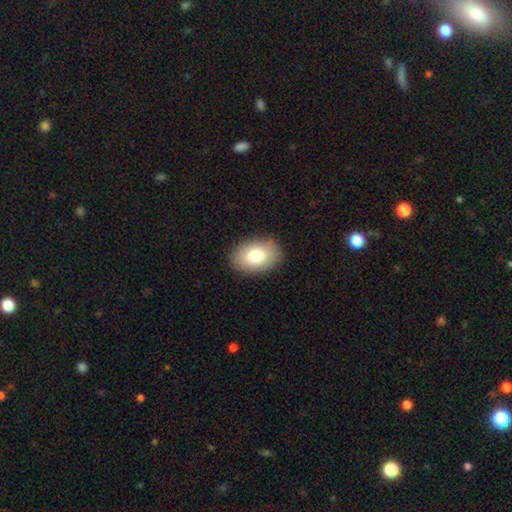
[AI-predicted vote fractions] This is clearly a smooth galaxy (82%). How rounded: clearly in between (89%). Merging: clearly none (88%).